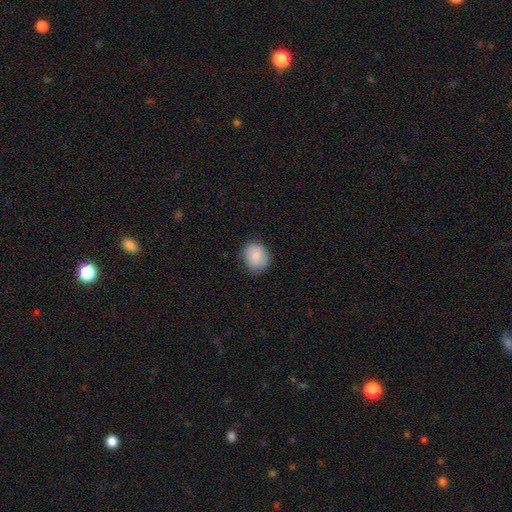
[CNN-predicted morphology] type=smooth (83%); roundness=round (65%); merging=none (78%).